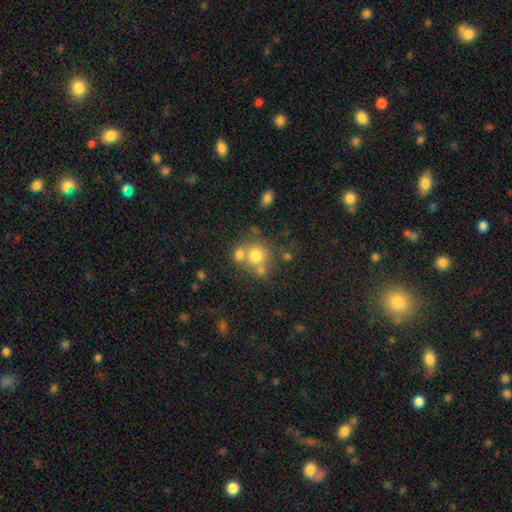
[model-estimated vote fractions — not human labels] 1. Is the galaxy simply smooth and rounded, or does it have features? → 70% smooth, 16% featured or disk, 14% star or artifact.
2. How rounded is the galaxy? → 83% round, 16% in between, 1% cigar-shaped.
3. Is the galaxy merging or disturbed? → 47% none, 36% merger, 10% minor disturbance, 6% major disturbance.